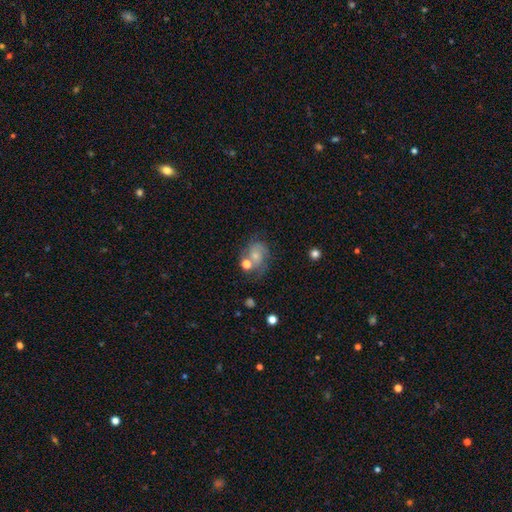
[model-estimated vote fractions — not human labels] The model was most divided on "smooth or featured": featured or disk: 45%, smooth: 43%, star or artifact: 12%. Remaining: merging — none (45%).